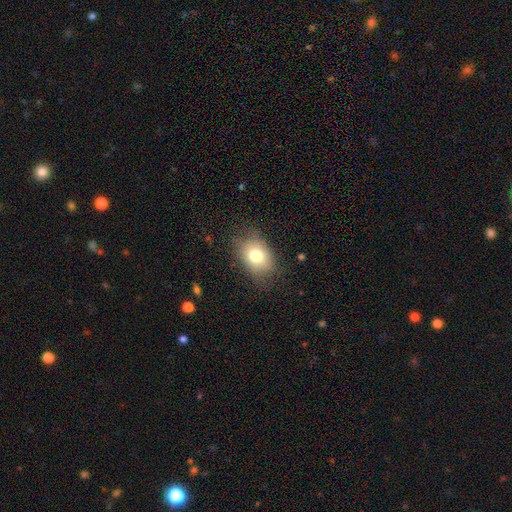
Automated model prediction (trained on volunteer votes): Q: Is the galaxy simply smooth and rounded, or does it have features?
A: smooth — 76%.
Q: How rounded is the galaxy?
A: in between — 72%.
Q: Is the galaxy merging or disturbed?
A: none — 74%.